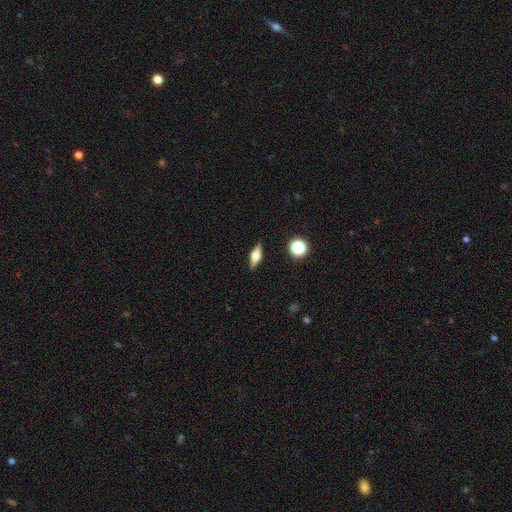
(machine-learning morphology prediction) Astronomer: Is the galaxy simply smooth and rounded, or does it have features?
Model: featured or disk — 53% (runner-up: smooth, 38%).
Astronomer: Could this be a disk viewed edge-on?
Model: yes — 92%.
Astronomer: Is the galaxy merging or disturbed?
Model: none — 88%.